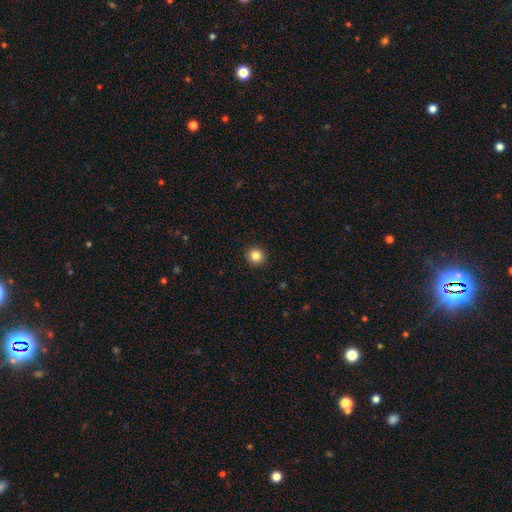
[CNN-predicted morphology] smooth_or_featured: smooth (p=0.85) [alt: star or artifact p=0.11]
how_rounded: round (p=0.94) [alt: in between p=0.05]
merging: none (p=0.93) [alt: minor disturbance p=0.04]